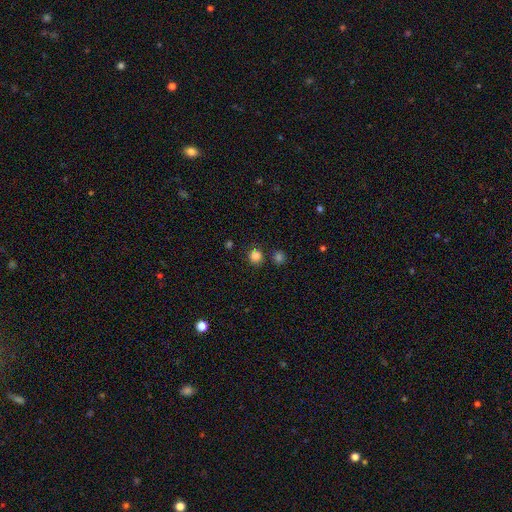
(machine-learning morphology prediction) A smooth galaxy with no disk features (83%) that is round (88%). Merging: none (82%).